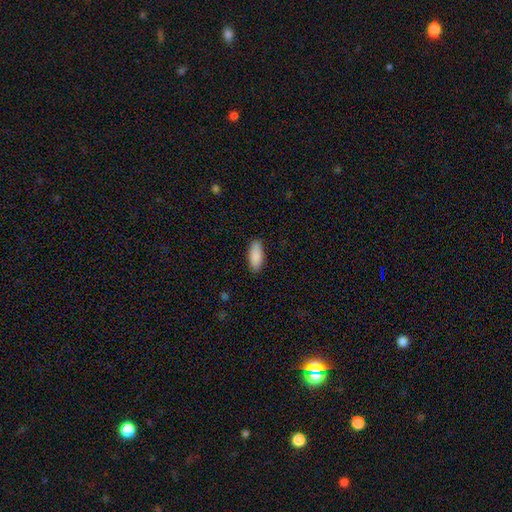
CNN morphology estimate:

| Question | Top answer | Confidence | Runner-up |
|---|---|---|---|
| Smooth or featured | smooth | 90% | star or artifact (5%) |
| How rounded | in between | 80% | cigar-shaped (18%) |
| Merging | none | 89% | minor disturbance (8%) |